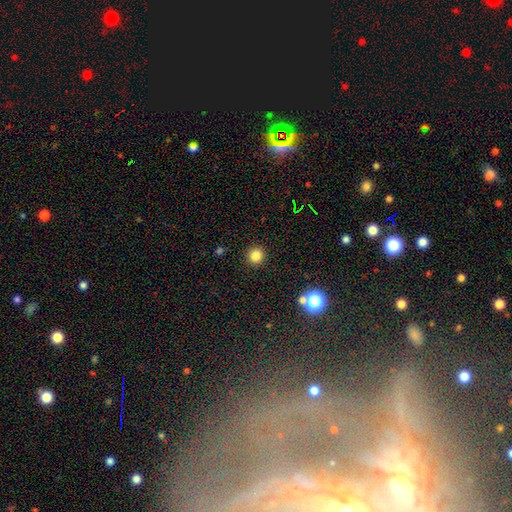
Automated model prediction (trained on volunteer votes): Smooth or featured: smooth — 82% (star or artifact — 13%)
How rounded: round — 94% (in between — 5%)
Merging: none — 92% (minor disturbance — 5%)